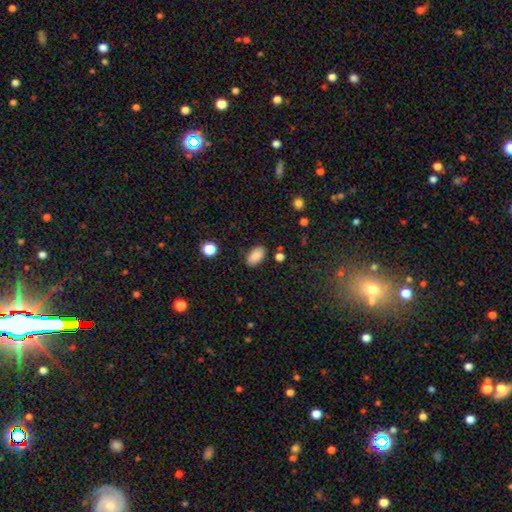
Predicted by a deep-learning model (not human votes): A smooth galaxy with no disk features (86%) that is in between round and cigar-shaped (92%). Merging: none (84%).